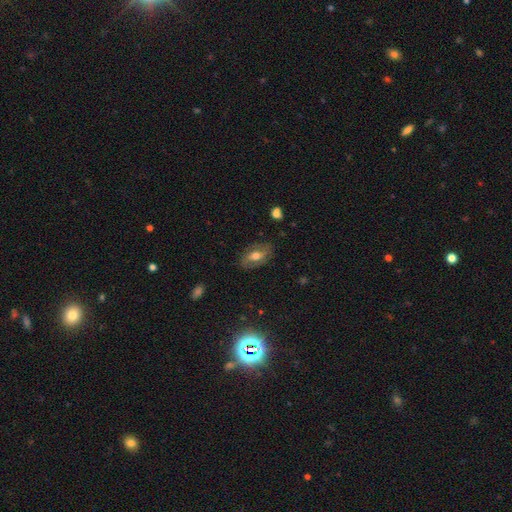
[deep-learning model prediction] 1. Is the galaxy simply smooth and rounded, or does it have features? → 46% featured or disk, 45% smooth, 9% star or artifact.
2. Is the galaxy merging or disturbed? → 79% none, 15% minor disturbance, 4% major disturbance, 1% merger.